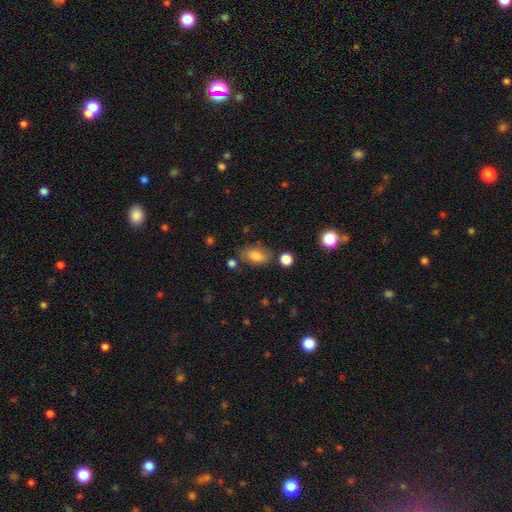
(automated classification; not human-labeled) This appears to be a smooth galaxy with no disk features (80%) that is in between round and cigar-shaped (87%). Merging: none (73%).